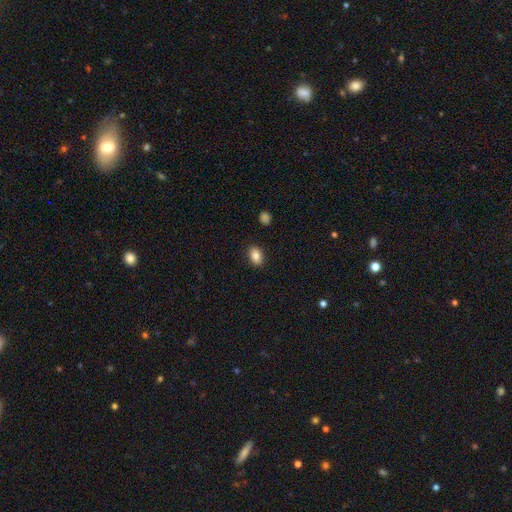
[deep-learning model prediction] Smooth or featured? Predicted: smooth (p=0.85). How rounded? Predicted: in between (p=0.82). Merging? Predicted: none (p=0.89).